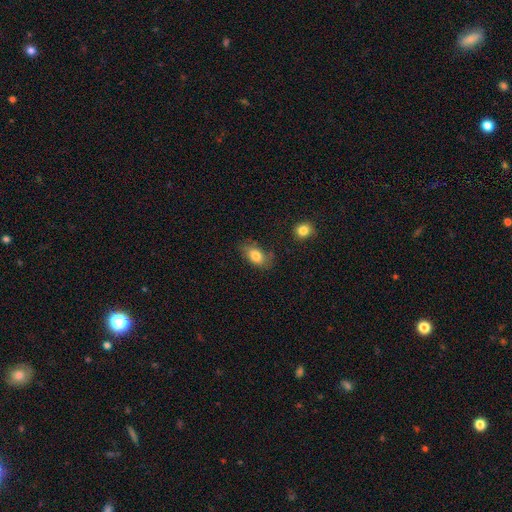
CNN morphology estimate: A smooth galaxy with no disk features (80%) that is in between round and cigar-shaped (87%).

Vote fractions:
- Smooth or featured? smooth: 80% / featured or disk: 12% / star or artifact: 8%
- How rounded? in between: 87% / round: 10% / cigar-shaped: 3%
- Merging? none: 67% / minor disturbance: 23% / major disturbance: 7% / merger: 3%